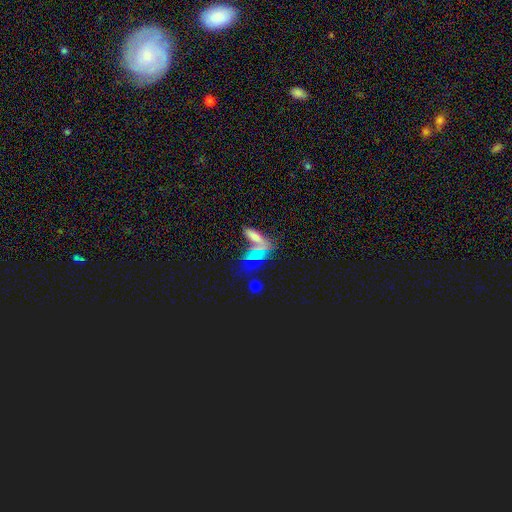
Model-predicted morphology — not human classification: type=smooth (48%); merging=none (44%).